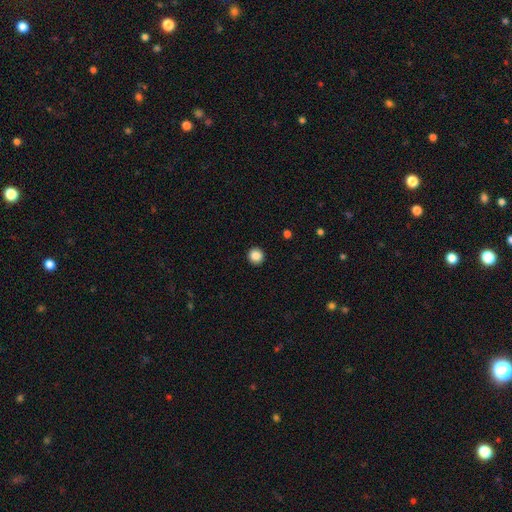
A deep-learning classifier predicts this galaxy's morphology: Q: Smooth or featured?
A: smooth (87%); runner-up: star or artifact (10%)
Q: How rounded?
A: round (94%); runner-up: in between (5%)
Q: Merging?
A: none (93%); runner-up: minor disturbance (5%)